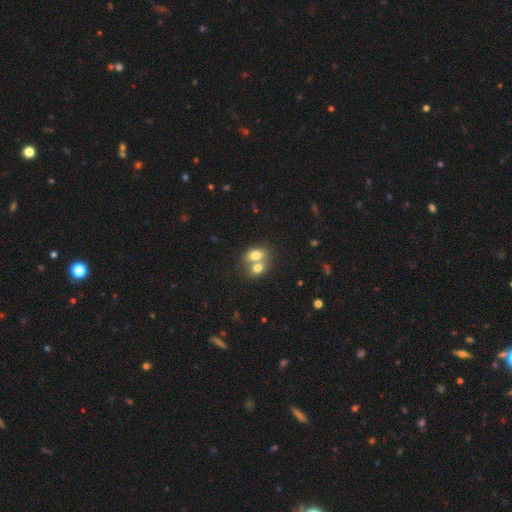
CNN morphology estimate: This is likely a smooth galaxy (74%). How rounded: likely in between (73%). Merging: likely merger (68%).